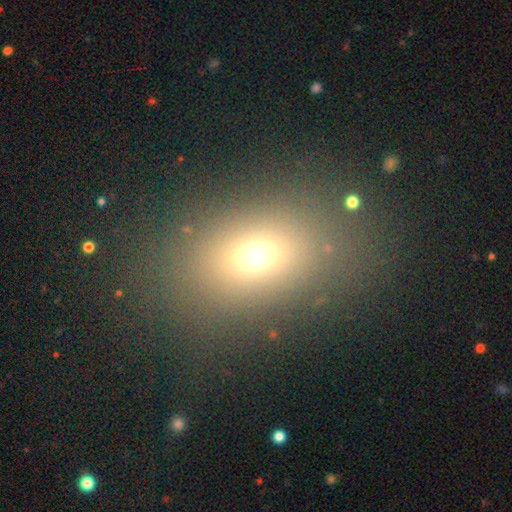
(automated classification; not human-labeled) This appears to be a smooth galaxy with no disk features (66%) that is in between round and cigar-shaped (68%). Merging: none (81%).